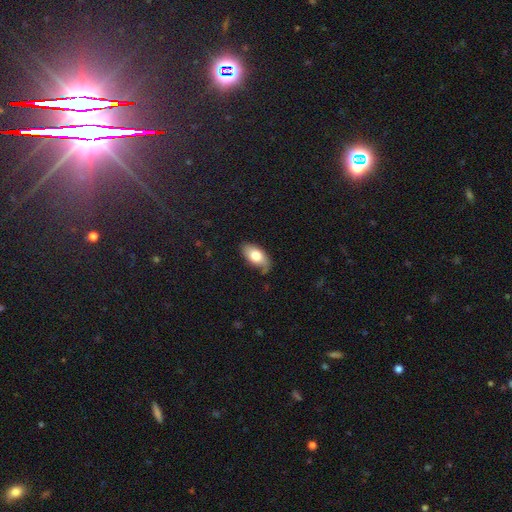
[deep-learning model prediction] This is likely a smooth galaxy (76%). How rounded: clearly in between (92%). Merging: likely none (67%).